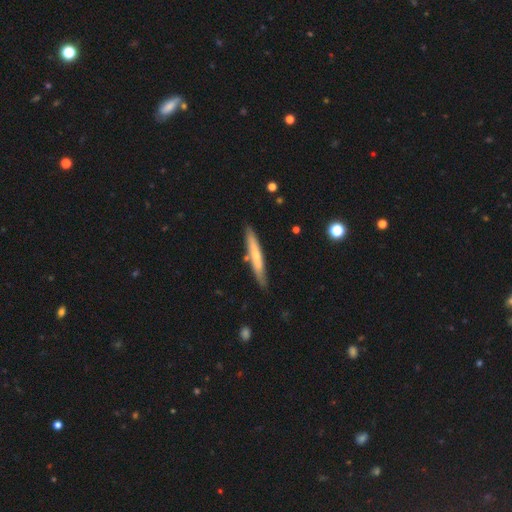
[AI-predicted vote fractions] The model was most divided on "smooth or featured": smooth: 56%, featured or disk: 39%, star or artifact: 5%. More confident: how rounded — cigar-shaped (95%); merging — none (83%).